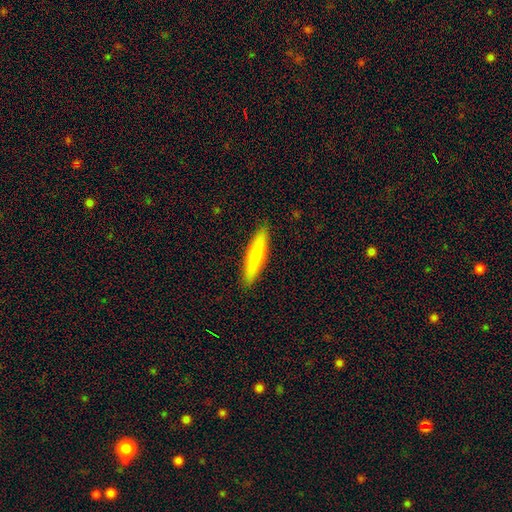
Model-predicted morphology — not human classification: Q: Smooth or featured?
A: smooth (72%); runner-up: featured or disk (22%)
Q: How rounded?
A: cigar-shaped (84%); runner-up: in between (14%)
Q: Merging?
A: none (90%); runner-up: minor disturbance (7%)